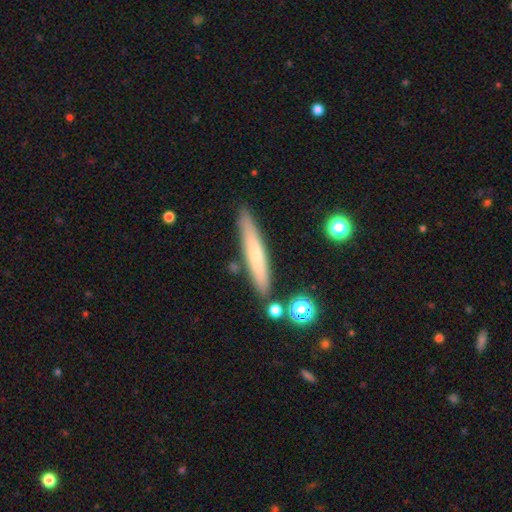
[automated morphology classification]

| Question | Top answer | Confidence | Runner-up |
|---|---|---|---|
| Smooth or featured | smooth | 59% | featured or disk (34%) |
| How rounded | cigar-shaped | 94% | in between (5%) |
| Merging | none | 85% | minor disturbance (9%) |